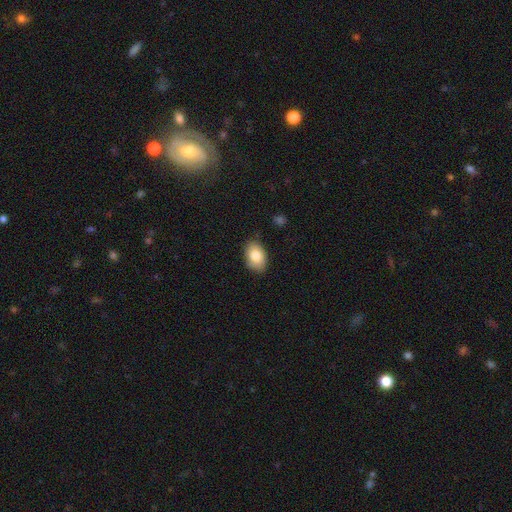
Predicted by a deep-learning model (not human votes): Smooth or featured? smooth (81%)
How rounded? in between (87%)
Merging? none (81%)